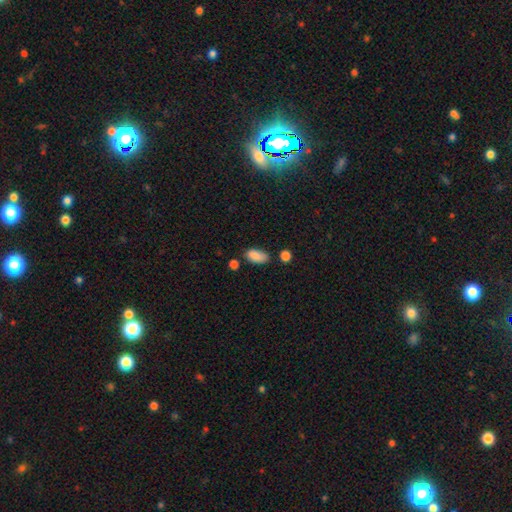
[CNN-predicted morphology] smooth 88%, star or artifact 8%, featured or disk 4%. Down the decision tree: how rounded — in between (92%); merging — none (71%).